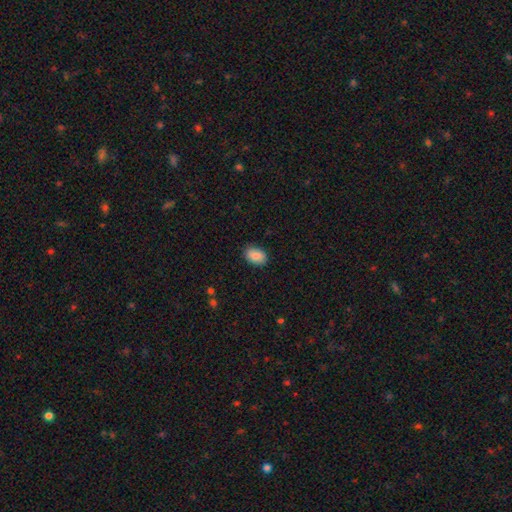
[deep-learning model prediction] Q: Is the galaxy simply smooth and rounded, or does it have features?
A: smooth — 88%.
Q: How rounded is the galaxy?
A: in between — 84%.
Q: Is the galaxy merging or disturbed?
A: none — 86%.